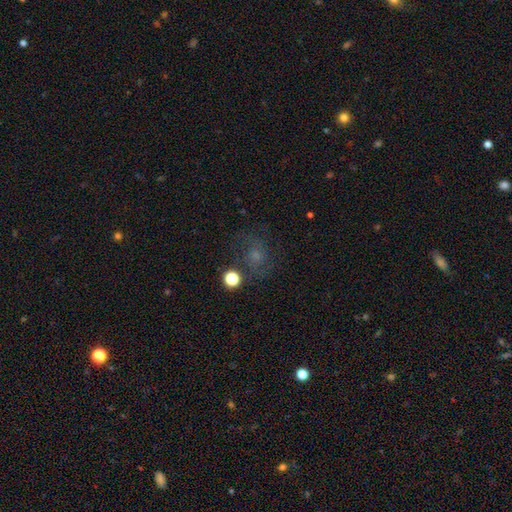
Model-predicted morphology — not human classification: This appears to be a featured or disk galaxy (43%). Merging: none (70%).